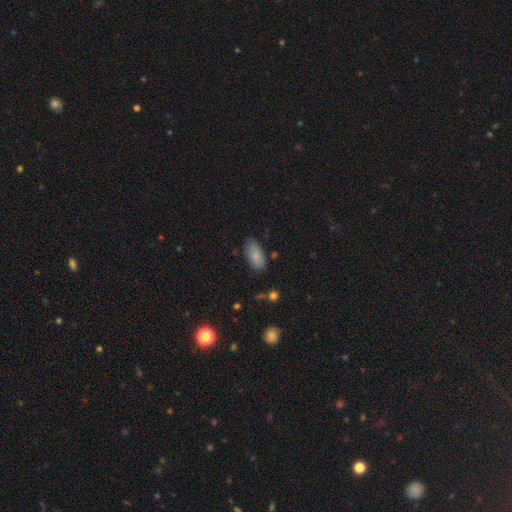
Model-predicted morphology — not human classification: A smooth galaxy with no disk features (82%) that is in between round and cigar-shaped (91%).

Vote fractions:
- Smooth or featured? smooth: 82% / featured or disk: 11% / star or artifact: 7%
- How rounded? in between: 91% / cigar-shaped: 6% / round: 2%
- Merging? none: 78% / minor disturbance: 17% / major disturbance: 3% / merger: 2%